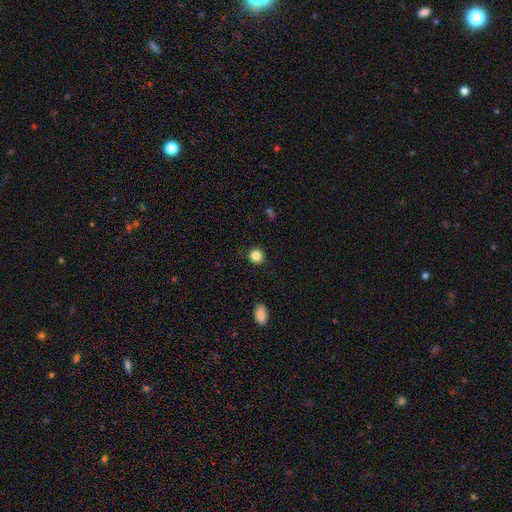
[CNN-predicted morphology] Overall: smooth (85%). How rounded: round (91%). Merging: none (90%).